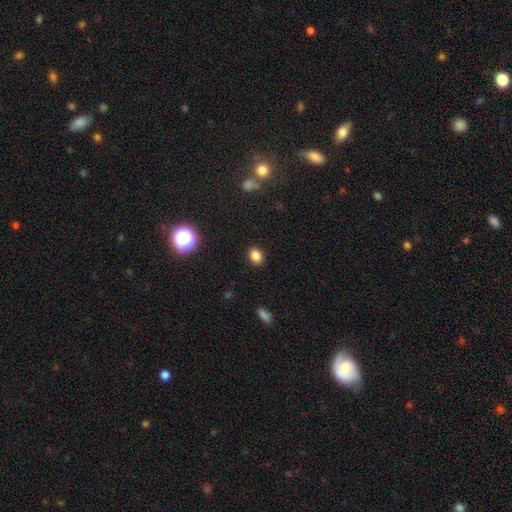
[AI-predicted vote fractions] smooth 82%, star or artifact 13%, featured or disk 5%. Down the decision tree: how rounded — in between (63%); merging — none (89%).